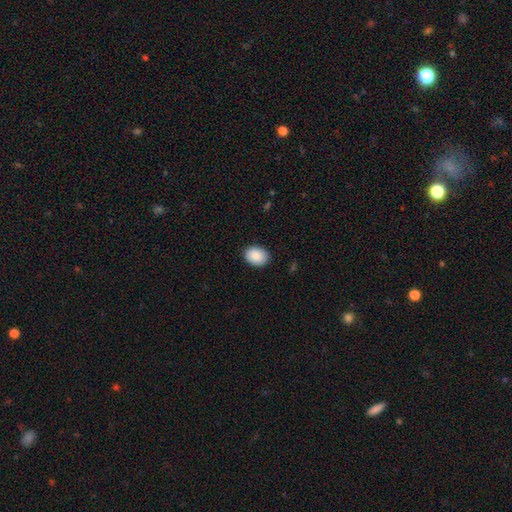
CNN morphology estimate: Smooth or featured?
  - smooth: 90% *
  - star or artifact: 7%
  - featured or disk: 3%
How rounded?
  - in between: 68% *
  - round: 31%
  - cigar-shaped: 1%
Merging?
  - none: 89% *
  - minor disturbance: 9%
  - major disturbance: 2%
  - merger: 1%